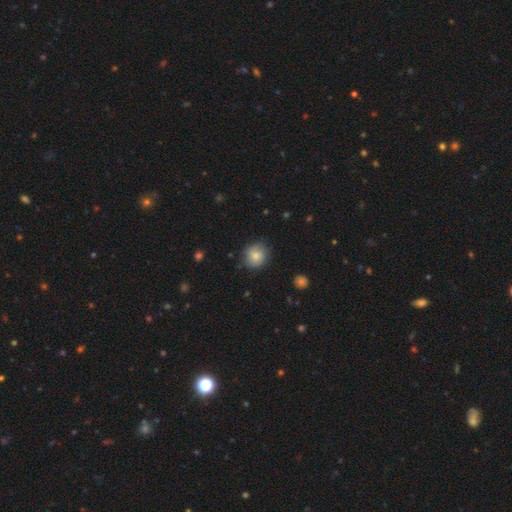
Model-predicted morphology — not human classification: Q: Smooth or featured?
A: smooth (81%); runner-up: featured or disk (10%)
Q: How rounded?
A: round (84%); runner-up: in between (15%)
Q: Merging?
A: none (75%); runner-up: minor disturbance (19%)